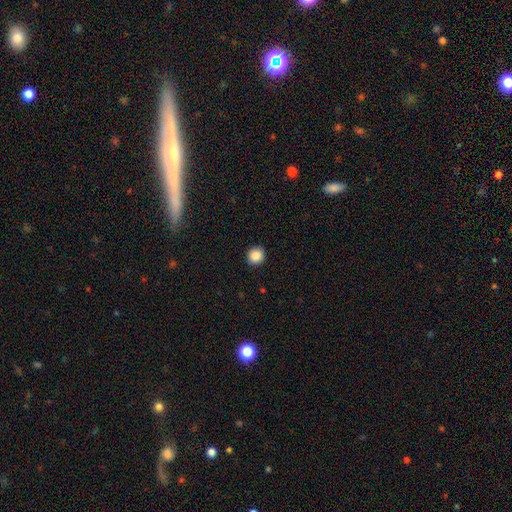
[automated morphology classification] Smooth or featured? smooth (87%)
How rounded? round (91%)
Merging? none (92%)